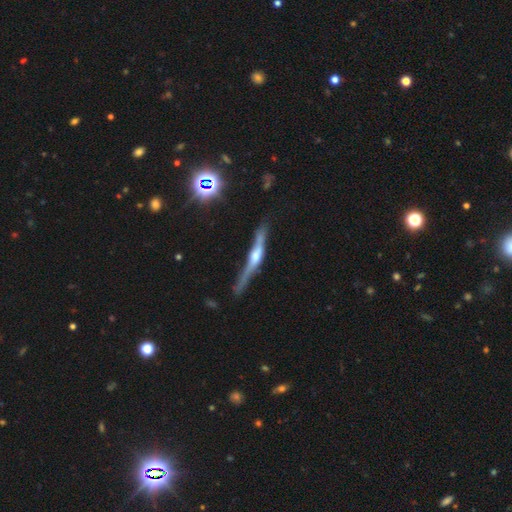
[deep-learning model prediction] smooth-or-featured: featured or disk: 75% | smooth: 18% | star or artifact: 7%
  disk-edge-on: yes: 95% | no: 5%
    edge-on-bulge: rounded: 80% | boxy: 13% | none: 7%
  merging: none: 67% | minor disturbance: 22% | major disturbance: 7% | merger: 4%